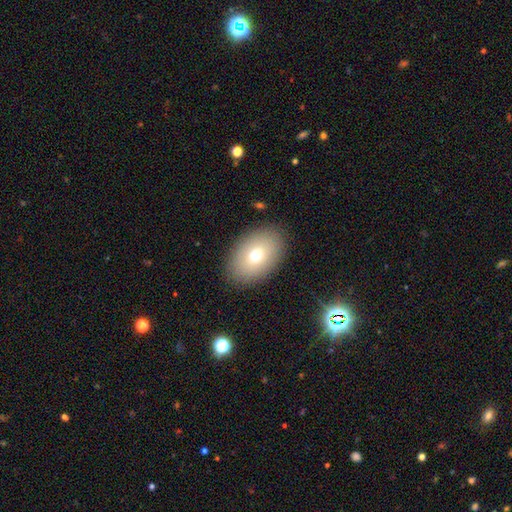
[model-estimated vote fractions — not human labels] A smooth galaxy with no disk features (73%) that is in between round and cigar-shaped (88%). Merging: none (88%).